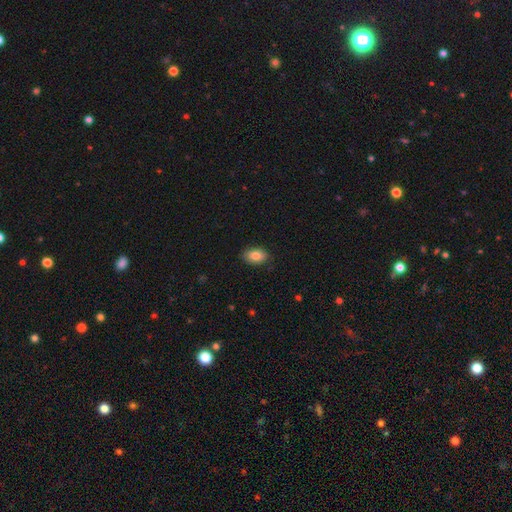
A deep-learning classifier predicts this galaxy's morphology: Smooth or featured?
  - smooth: 85% *
  - featured or disk: 8%
  - star or artifact: 7%
How rounded?
  - in between: 88% *
  - round: 10%
  - cigar-shaped: 1%
Merging?
  - none: 86% *
  - minor disturbance: 11%
  - major disturbance: 2%
  - merger: 1%